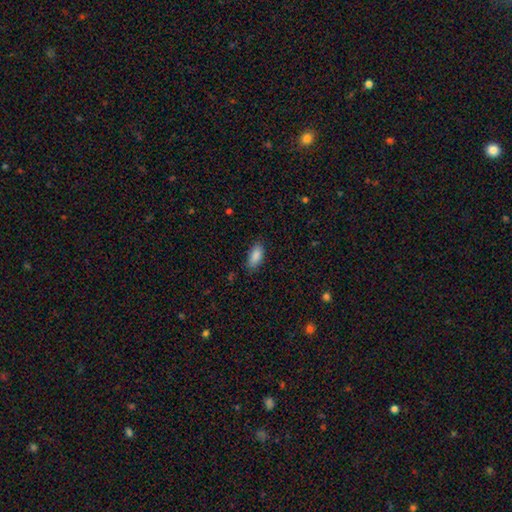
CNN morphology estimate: Smooth or featured? Predicted: smooth (p=0.88). How rounded? Predicted: in between (p=0.89). Merging? Predicted: none (p=0.82).